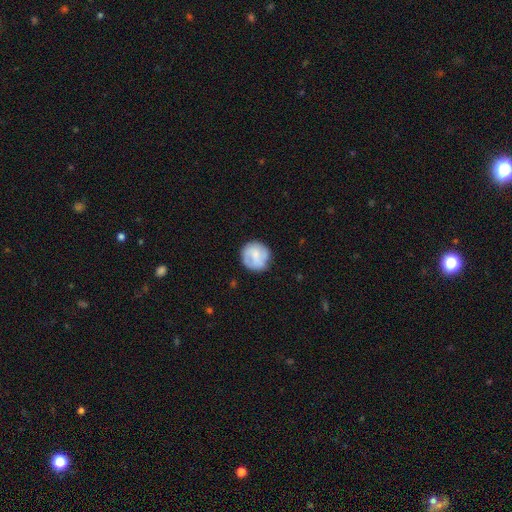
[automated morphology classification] smooth 57%, featured or disk 36%, star or artifact 7%. Down the decision tree: how rounded — round (92%); merging — none (78%).